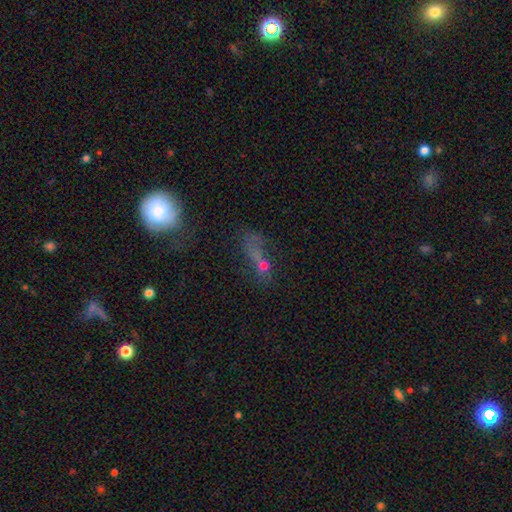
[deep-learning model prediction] Smooth or featured? smooth (47%)
Merging? none (42%)